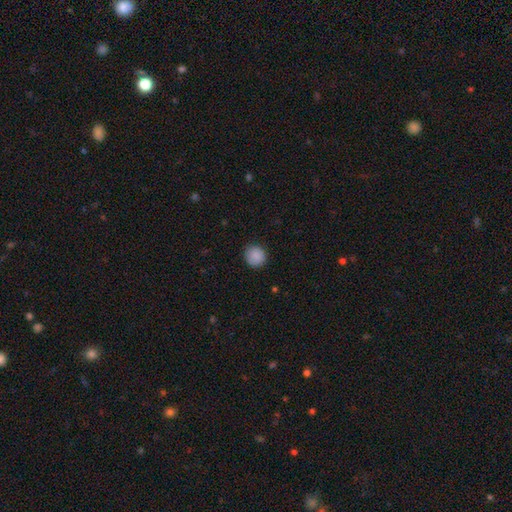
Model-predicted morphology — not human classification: This is clearly a smooth galaxy (88%). How rounded: clearly round (90%). Merging: clearly none (88%).